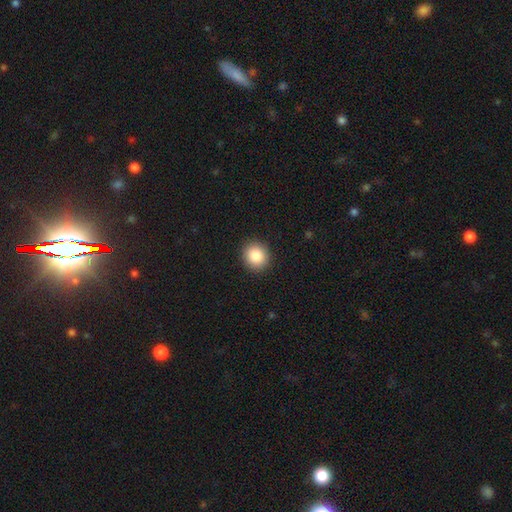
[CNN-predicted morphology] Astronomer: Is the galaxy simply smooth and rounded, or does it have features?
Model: smooth — 86%.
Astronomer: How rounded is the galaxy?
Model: round — 86%.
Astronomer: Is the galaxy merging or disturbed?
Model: none — 91%.